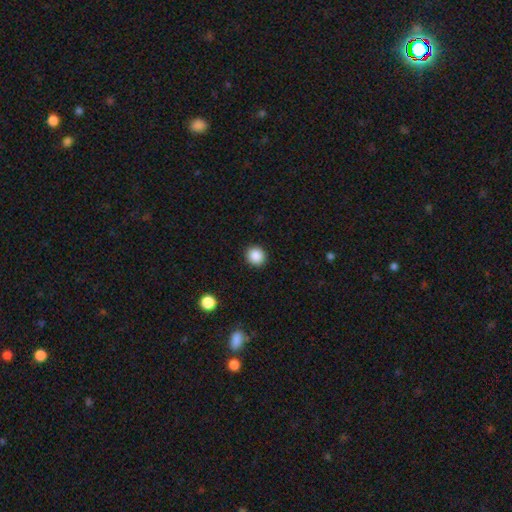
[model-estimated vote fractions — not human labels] smooth_or_featured: smooth (p=0.88) [alt: star or artifact p=0.09]
how_rounded: round (p=0.88) [alt: in between p=0.11]
merging: none (p=0.92) [alt: minor disturbance p=0.05]